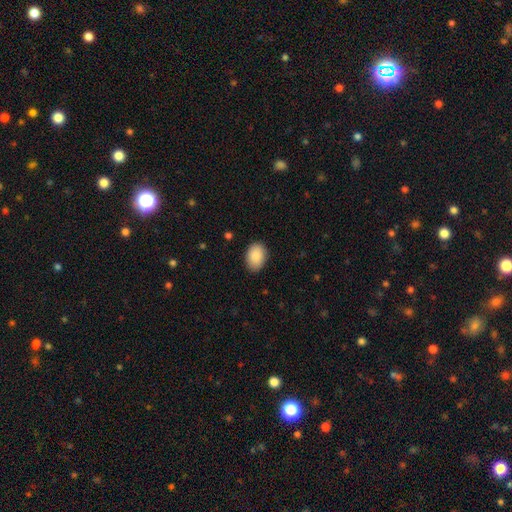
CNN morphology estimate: smooth-or-featured: smooth: 90% | star or artifact: 6% | featured or disk: 3%
  how-rounded: in between: 82% | round: 17% | cigar-shaped: 1%
  merging: none: 86% | minor disturbance: 11% | major disturbance: 2% | merger: 1%